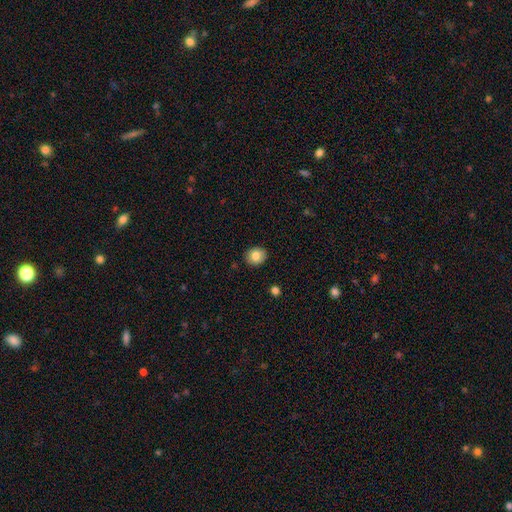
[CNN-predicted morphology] smooth_or_featured: smooth (p=0.82) [alt: star or artifact p=0.09]
how_rounded: round (p=0.70) [alt: in between p=0.29]
merging: none (p=0.89) [alt: minor disturbance p=0.08]